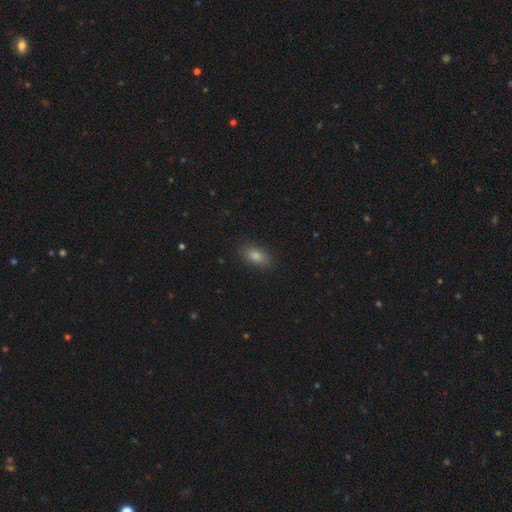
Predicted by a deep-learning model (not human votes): The model was most divided on "smooth or featured": smooth: 81%, star or artifact: 11%, featured or disk: 7%. More confident: merging — none (88%); how rounded — in between (87%).